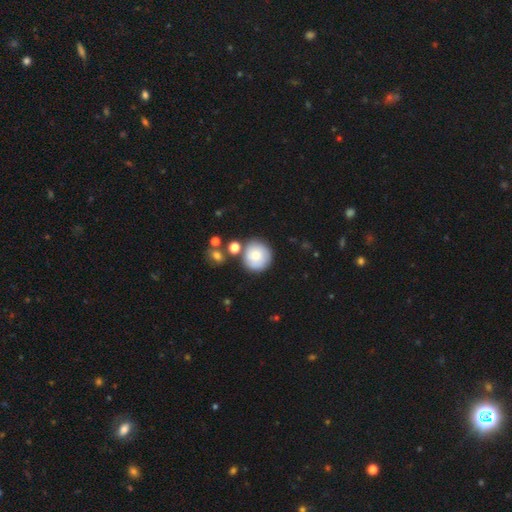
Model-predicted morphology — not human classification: Q: Smooth or featured?
A: smooth (73%); runner-up: featured or disk (19%)
Q: How rounded?
A: round (93%); runner-up: in between (6%)
Q: Merging?
A: none (71%); runner-up: minor disturbance (13%)